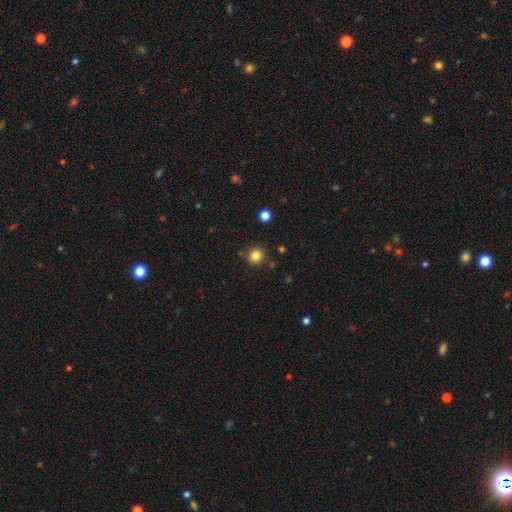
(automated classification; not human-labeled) Morphology: type=smooth (84%); roundness=round (86%); merging=none (85%).